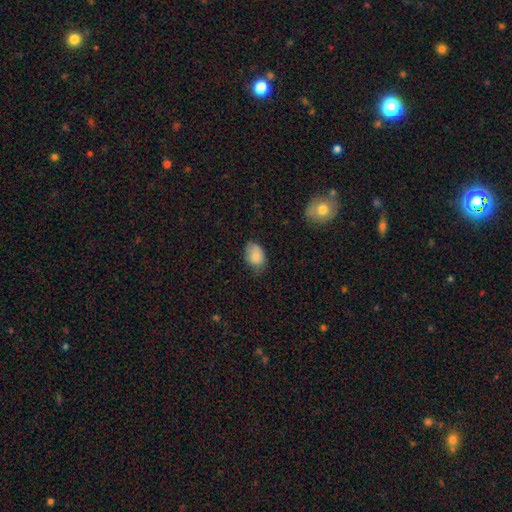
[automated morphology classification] This appears to be a smooth galaxy with no disk features (83%) that is in between round and cigar-shaped (78%). Merging: none (58%).